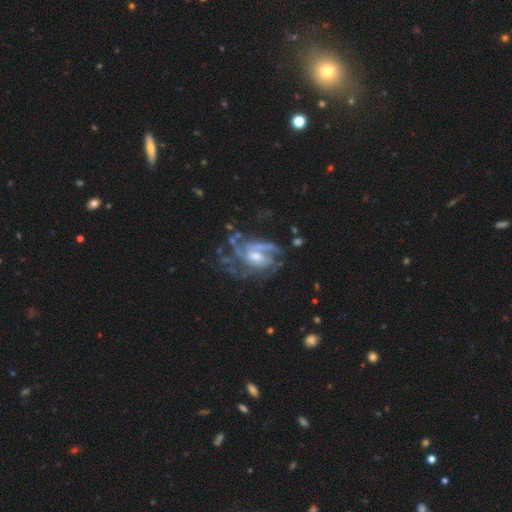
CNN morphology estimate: This appears to be a featured or disk galaxy (86%) with no bar (52%), medium (43%) spiral arms (92%) and a moderate central bulge (53%). Merging: none (50%).